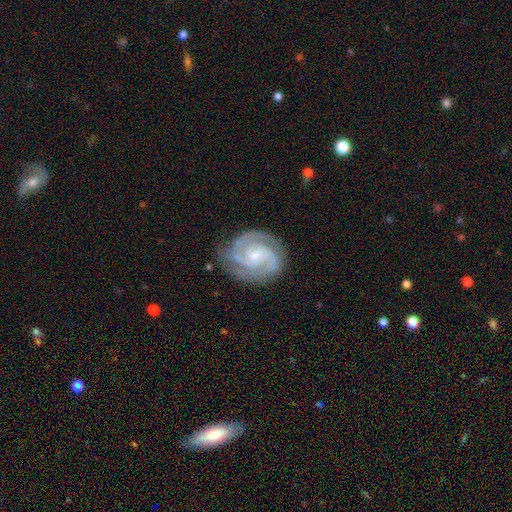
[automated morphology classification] A featured or disk galaxy (89%) with a weak bar (50%), 2 (57%) tight (54%) spiral arms (98%) and a small central bulge (64%). Merging: none (77%).